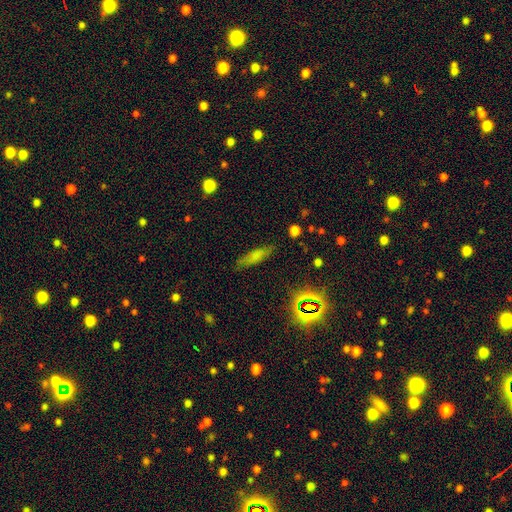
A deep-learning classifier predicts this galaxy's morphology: Smooth or featured?
  - smooth: 68% *
  - featured or disk: 18%
  - star or artifact: 14%
How rounded?
  - cigar-shaped: 60% *
  - in between: 37%
  - round: 3%
Merging?
  - none: 79% *
  - minor disturbance: 15%
  - major disturbance: 4%
  - merger: 2%